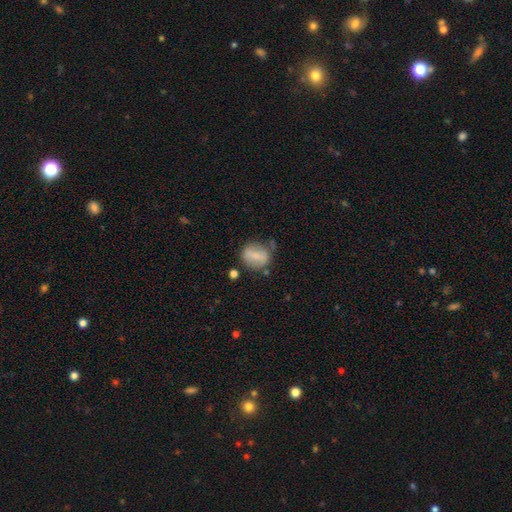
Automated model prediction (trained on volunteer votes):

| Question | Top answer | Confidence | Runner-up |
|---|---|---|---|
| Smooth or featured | smooth | 65% | featured or disk (26%) |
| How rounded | in between | 50% | round (47%) |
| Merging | none | 59% | minor disturbance (24%) |